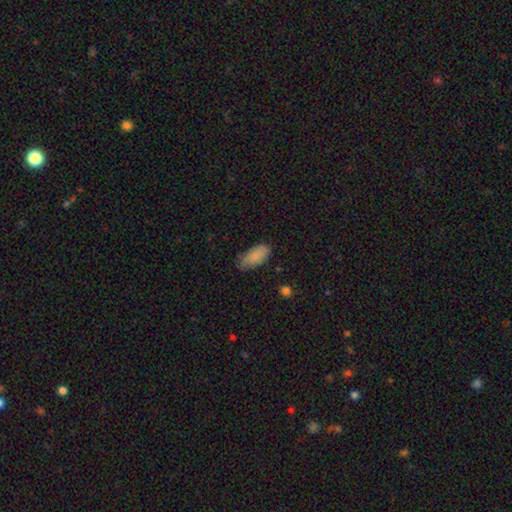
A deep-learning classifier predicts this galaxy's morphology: A smooth galaxy with no disk features (86%) that is in between round and cigar-shaped (89%).

Vote fractions:
- Smooth or featured? smooth: 86% / star or artifact: 7% / featured or disk: 7%
- How rounded? in between: 89% / cigar-shaped: 8% / round: 2%
- Merging? none: 66% / minor disturbance: 27% / major disturbance: 5% / merger: 2%